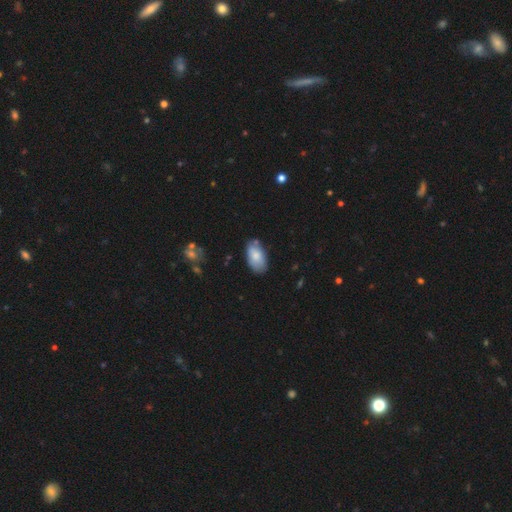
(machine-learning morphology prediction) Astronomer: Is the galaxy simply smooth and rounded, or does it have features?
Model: smooth — 80%.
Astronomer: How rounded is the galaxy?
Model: in between — 95%.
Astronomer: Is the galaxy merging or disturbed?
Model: none — 72%.